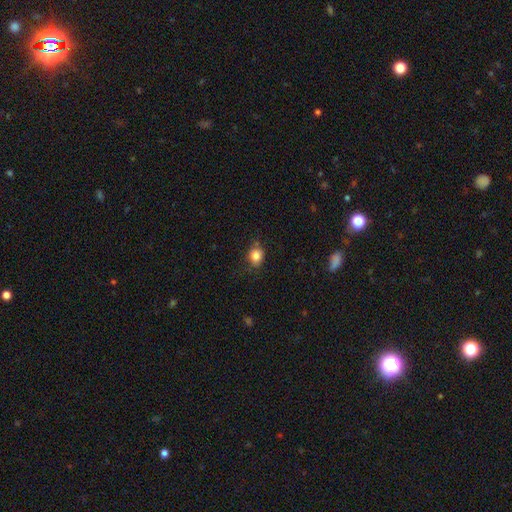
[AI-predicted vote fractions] Smooth or featured: smooth — 83% (star or artifact — 11%)
How rounded: round — 61% (in between — 38%)
Merging: none — 74% (minor disturbance — 19%)